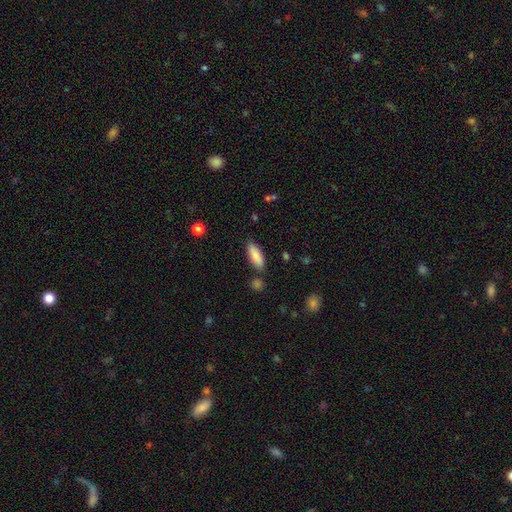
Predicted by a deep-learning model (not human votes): smooth-or-featured: smooth: 85% | featured or disk: 9% | star or artifact: 6%
  how-rounded: in between: 70% | cigar-shaped: 28% | round: 2%
  merging: none: 82% | minor disturbance: 11% | merger: 4% | major disturbance: 2%